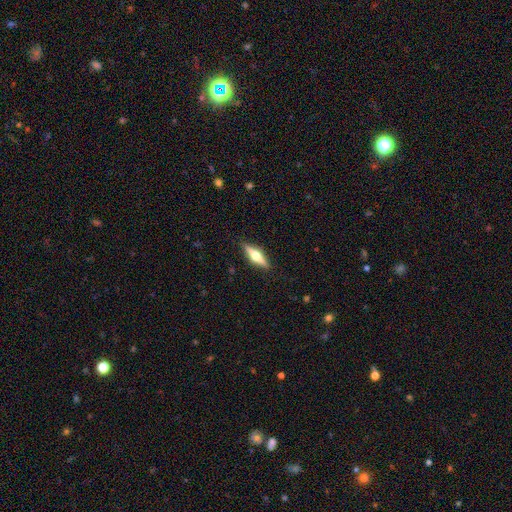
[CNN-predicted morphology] featured or disk 65%, smooth 29%, star or artifact 6%. Down the decision tree: edge-on disk — yes (96%); edge-on bulge — rounded (95%); merging — none (89%).